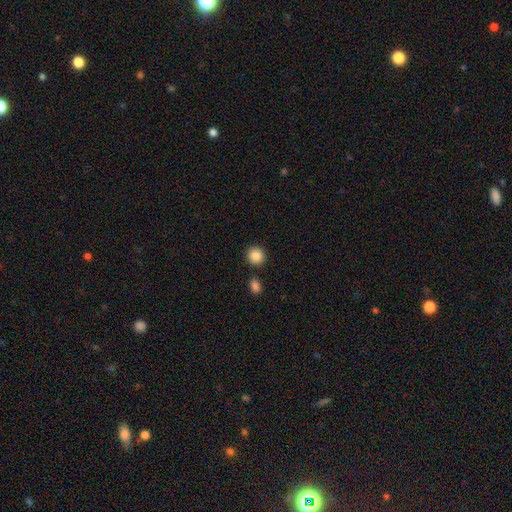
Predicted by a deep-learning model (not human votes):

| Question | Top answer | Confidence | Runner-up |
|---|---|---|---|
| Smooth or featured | smooth | 88% | star or artifact (9%) |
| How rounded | round | 87% | in between (12%) |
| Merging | none | 85% | minor disturbance (7%) |